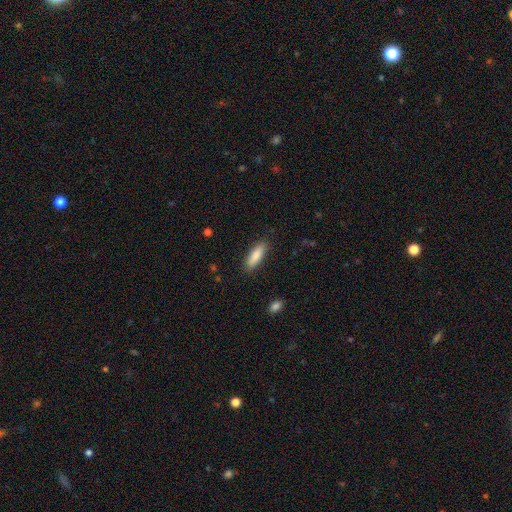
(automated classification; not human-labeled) A smooth galaxy with no disk features (85%) that is in between round and cigar-shaped (51%). Merging: none (87%).